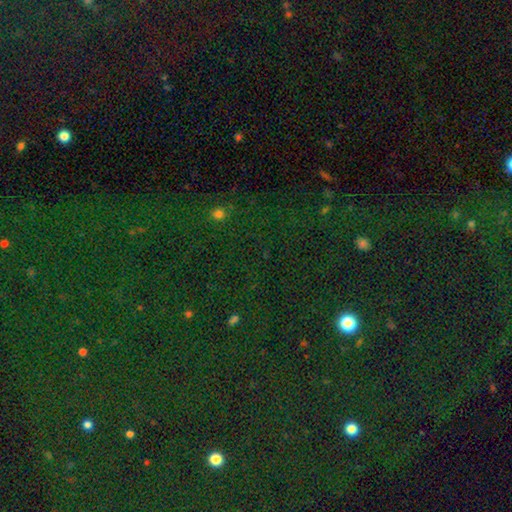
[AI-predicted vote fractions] Overall: star or artifact (80%).